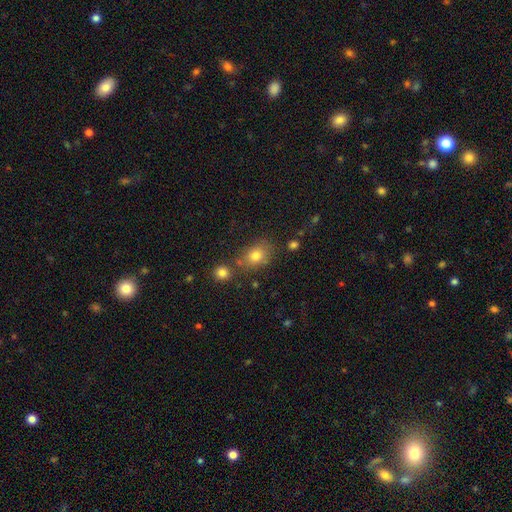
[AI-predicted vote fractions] Smooth or featured: smooth — 79% (star or artifact — 11%)
How rounded: in between — 62% (round — 37%)
Merging: none — 66% (minor disturbance — 16%)